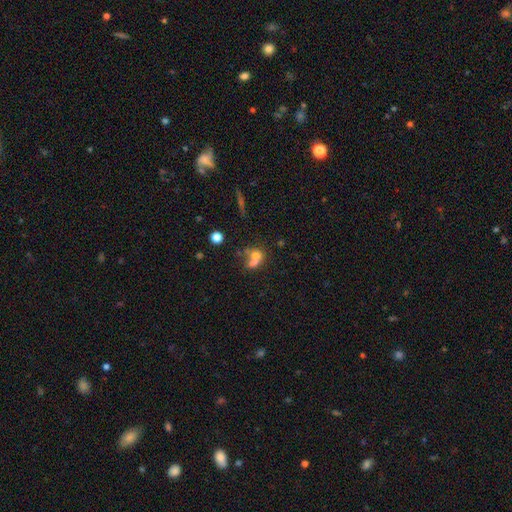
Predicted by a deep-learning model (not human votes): Q: Smooth or featured?
A: smooth (64%); runner-up: featured or disk (22%)
Q: How rounded?
A: round (53%); runner-up: in between (44%)
Q: Merging?
A: merger (62%); runner-up: none (23%)